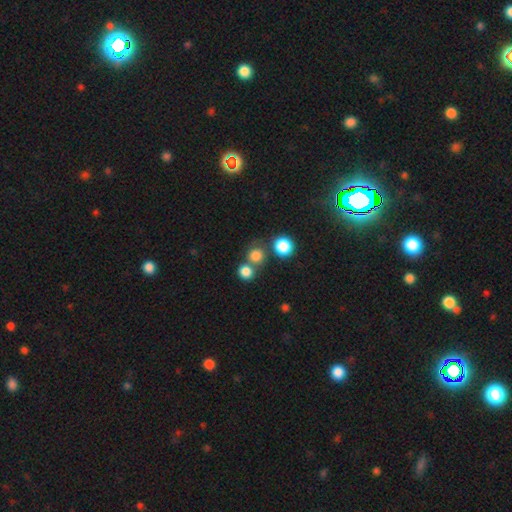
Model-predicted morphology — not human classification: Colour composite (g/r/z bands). It shows a smooth galaxy with no disk features (78%) that is round (87%). Merging: none (60%).